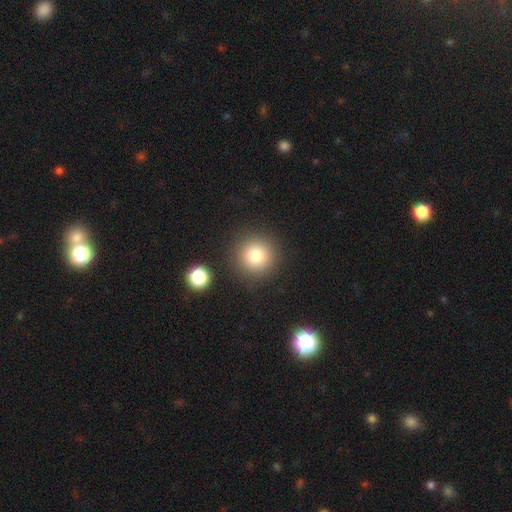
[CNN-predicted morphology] This is clearly a smooth galaxy (81%). How rounded: clearly round (95%). Merging: clearly none (87%).